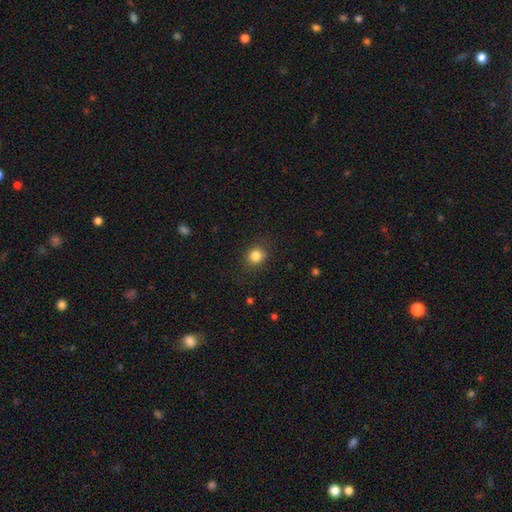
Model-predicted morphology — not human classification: smooth_or_featured: smooth (p=0.84) [alt: star or artifact p=0.11]
how_rounded: round (p=0.78) [alt: in between p=0.21]
merging: none (p=0.85) [alt: minor disturbance p=0.10]